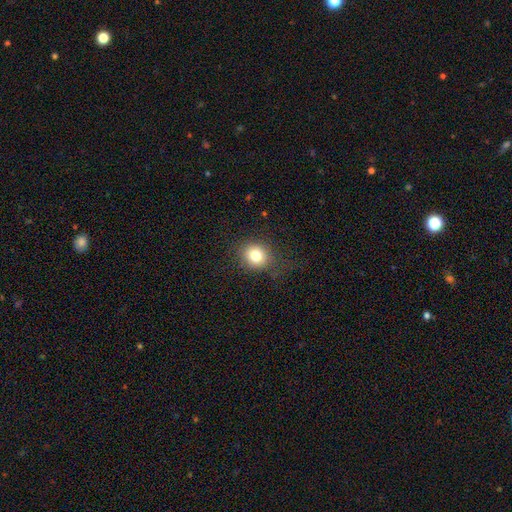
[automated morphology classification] type=smooth (79%); roundness=round (83%); merging=none (81%).